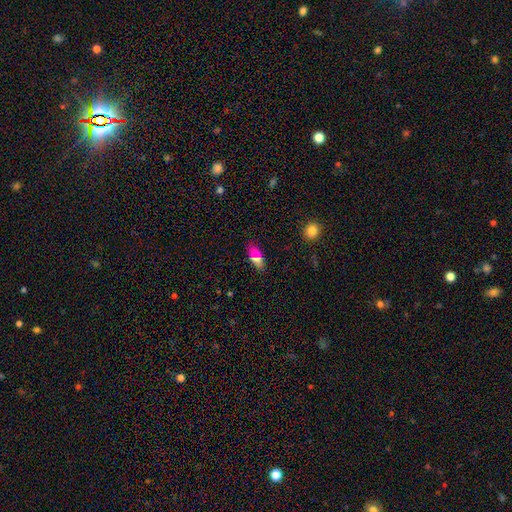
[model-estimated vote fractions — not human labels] Morphology: type=smooth (71%); roundness=in between (77%); merging=none (83%).